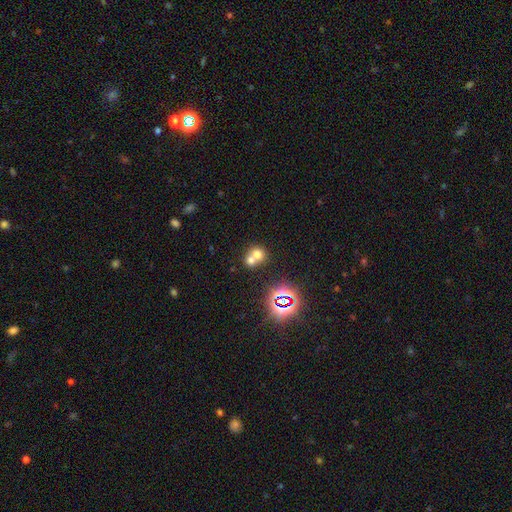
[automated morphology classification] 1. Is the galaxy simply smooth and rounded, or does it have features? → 62% smooth, 20% star or artifact, 18% featured or disk.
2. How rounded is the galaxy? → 75% round, 24% in between, 1% cigar-shaped.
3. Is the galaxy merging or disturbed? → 62% merger, 30% none, 5% minor disturbance, 3% major disturbance.